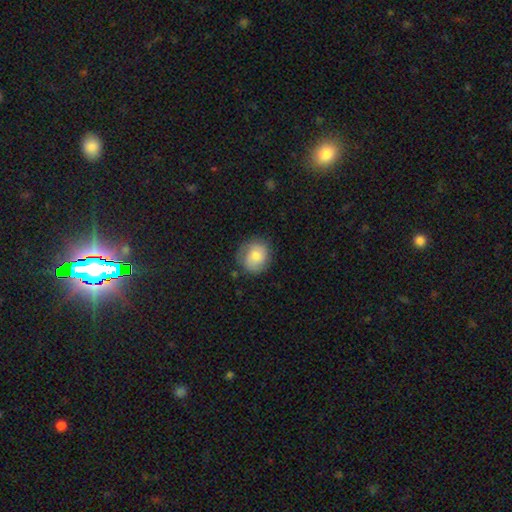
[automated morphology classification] This is likely a smooth galaxy (76%). How rounded: likely round (80%). Merging: likely none (75%).